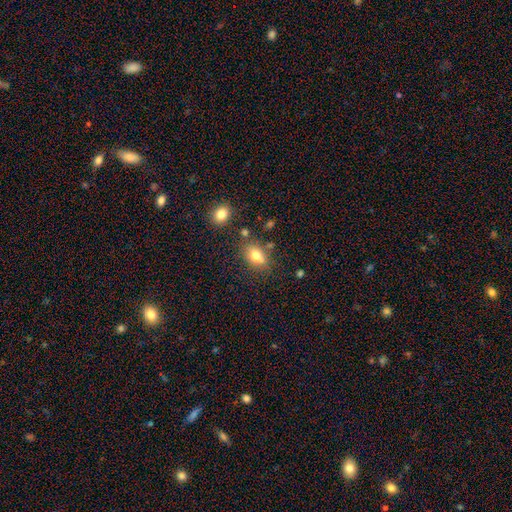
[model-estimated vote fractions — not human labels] smooth_or_featured: smooth (p=0.75) [alt: featured or disk p=0.15]
how_rounded: in between (p=0.79) [alt: round p=0.17]
merging: none (p=0.70) [alt: minor disturbance p=0.15]